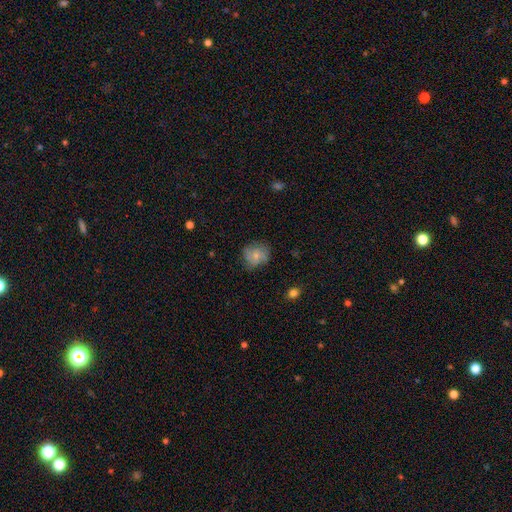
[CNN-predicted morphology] A smooth galaxy with no disk features (65%) that is round (76%). Merging: none (70%).